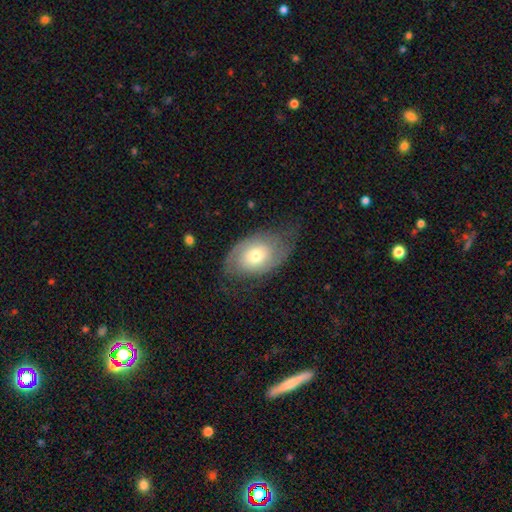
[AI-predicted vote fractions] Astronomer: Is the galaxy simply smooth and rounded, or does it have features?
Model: featured or disk — 58% (runner-up: smooth, 36%).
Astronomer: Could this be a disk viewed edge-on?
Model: no — 93%.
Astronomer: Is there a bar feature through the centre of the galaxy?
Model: no — 78%.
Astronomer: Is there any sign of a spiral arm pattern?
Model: yes — 78%.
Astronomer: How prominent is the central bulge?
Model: moderate — 59%.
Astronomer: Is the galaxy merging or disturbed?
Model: none — 59%.